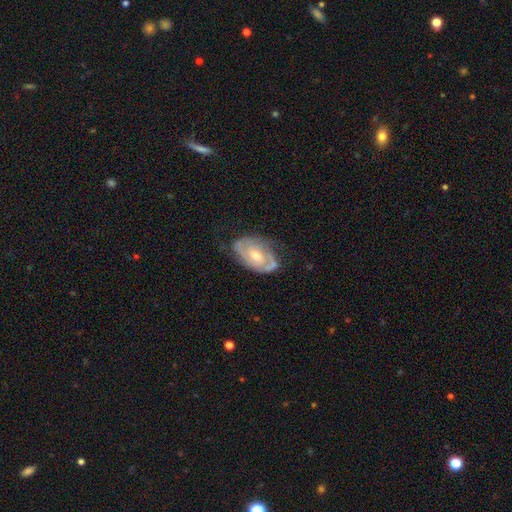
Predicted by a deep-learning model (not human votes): This appears to be a featured or disk galaxy (77%) with no bar (58%), 2 (58%) tight (50%) spiral arms (87%) and a moderate central bulge (56%). Merging: none (63%).